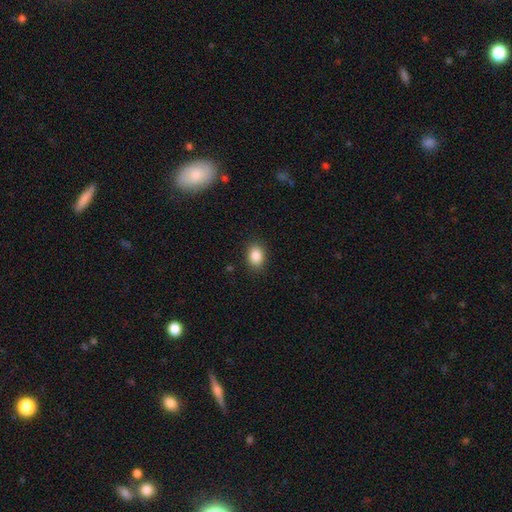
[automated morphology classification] smooth_or_featured: smooth (p=0.87) [alt: star or artifact p=0.09]
how_rounded: in between (p=0.68) [alt: round p=0.31]
merging: none (p=0.87) [alt: minor disturbance p=0.09]